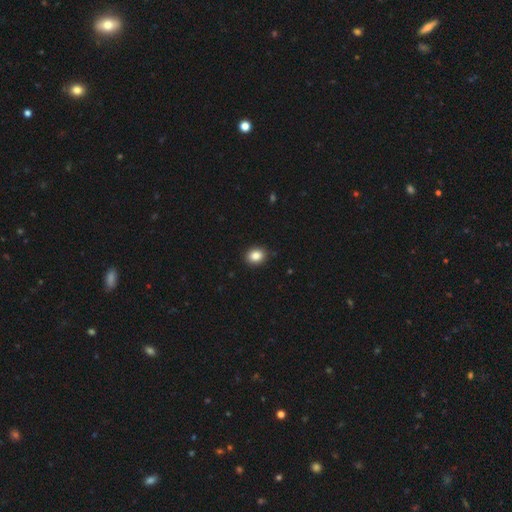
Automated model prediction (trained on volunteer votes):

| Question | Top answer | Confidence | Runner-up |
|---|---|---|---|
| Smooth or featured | smooth | 86% | star or artifact (9%) |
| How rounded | round | 58% | in between (41%) |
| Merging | none | 90% | minor disturbance (7%) |